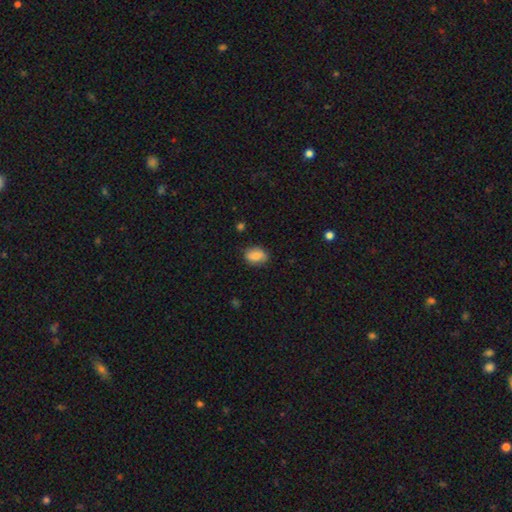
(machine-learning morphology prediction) Smooth or featured: smooth — 84% (featured or disk — 8%)
How rounded: in between — 80% (round — 18%)
Merging: none — 80% (minor disturbance — 16%)